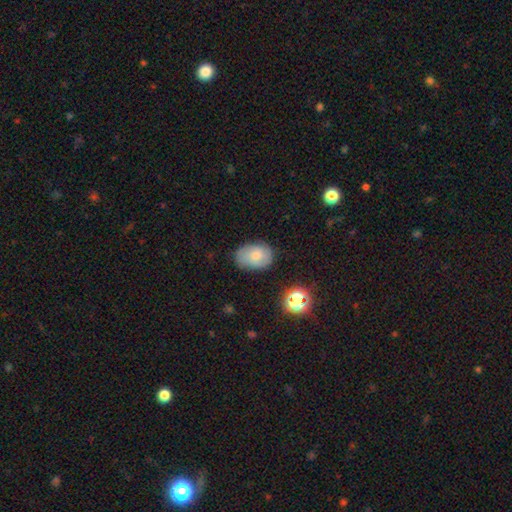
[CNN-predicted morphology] Smooth or featured? smooth (63%)
How rounded? in between (77%)
Merging? none (73%)